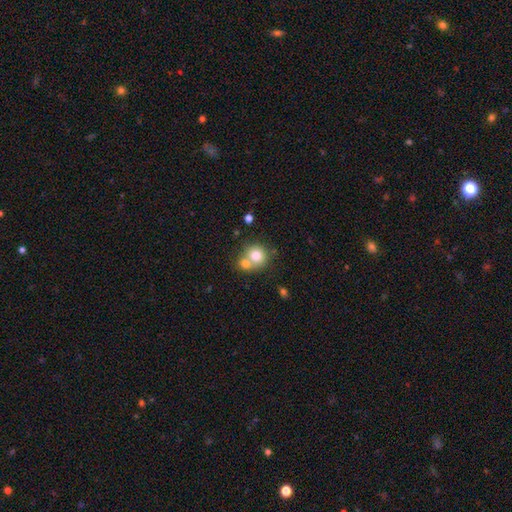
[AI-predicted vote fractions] A smooth galaxy with no disk features (77%) that is round (85%). Merging: merger (47%).